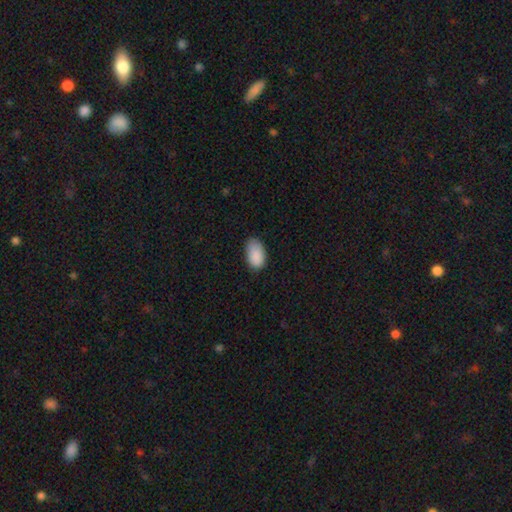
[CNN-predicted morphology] Overall: smooth (89%). How rounded: in between (94%). Merging: none (70%).